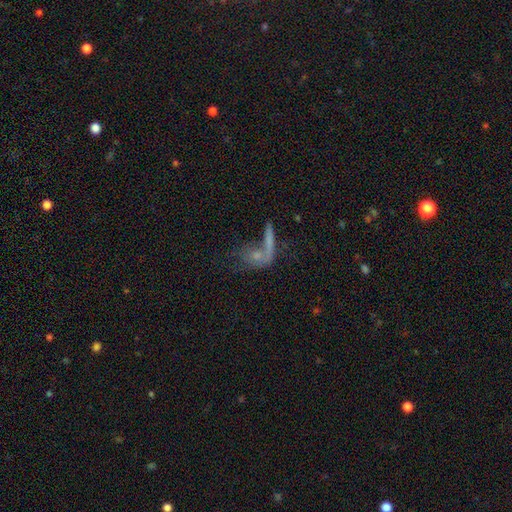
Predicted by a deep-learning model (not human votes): smooth 47%, featured or disk 36%, star or artifact 17%. Down the decision tree: merging — merger (38%).